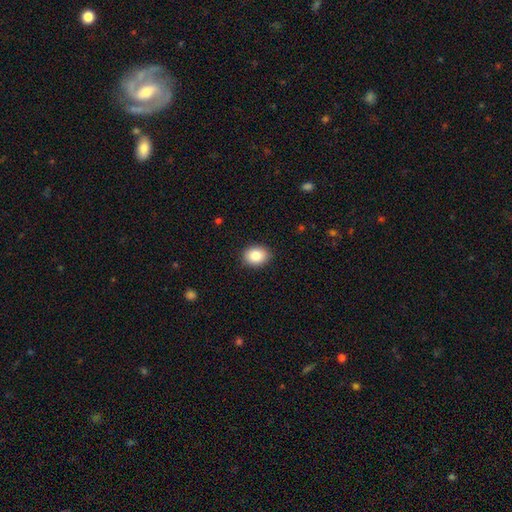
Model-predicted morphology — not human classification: Smooth or featured? Predicted: smooth (p=0.86). How rounded? Predicted: in between (p=0.59). Merging? Predicted: none (p=0.88).